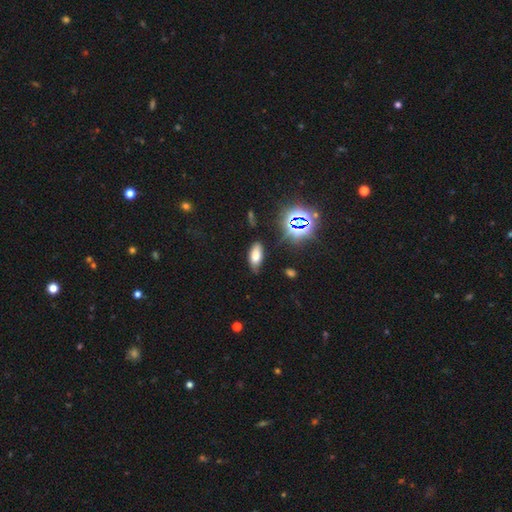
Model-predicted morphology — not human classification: This is likely a smooth galaxy (66%). How rounded: clearly in between (85%). Merging: likely none (72%).